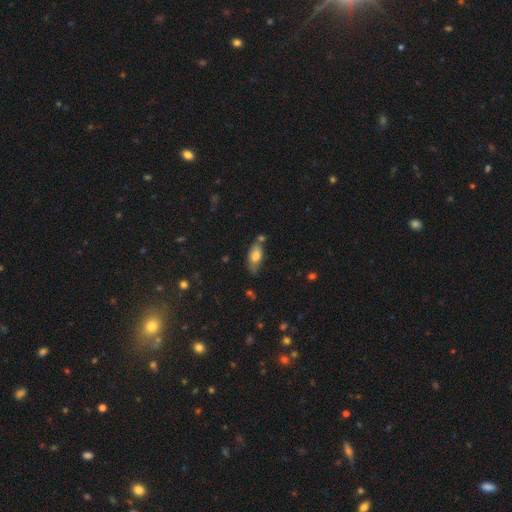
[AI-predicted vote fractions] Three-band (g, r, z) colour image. It shows a smooth galaxy with no disk features (74%) that is in between round and cigar-shaped (86%). Merging: none (61%).